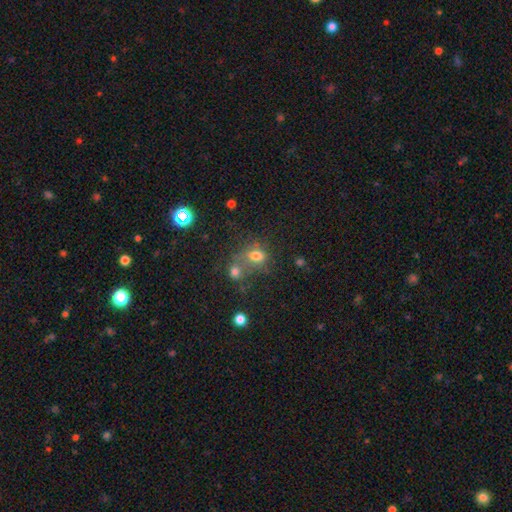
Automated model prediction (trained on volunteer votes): A smooth galaxy with no disk features (67%) that is in between round and cigar-shaped (50%).

Vote fractions:
- Smooth or featured? smooth: 67% / star or artifact: 20% / featured or disk: 13%
- How rounded? in between: 50% / round: 48% / cigar-shaped: 2%
- Merging? merger: 40% / none: 37% / minor disturbance: 13% / major disturbance: 10%